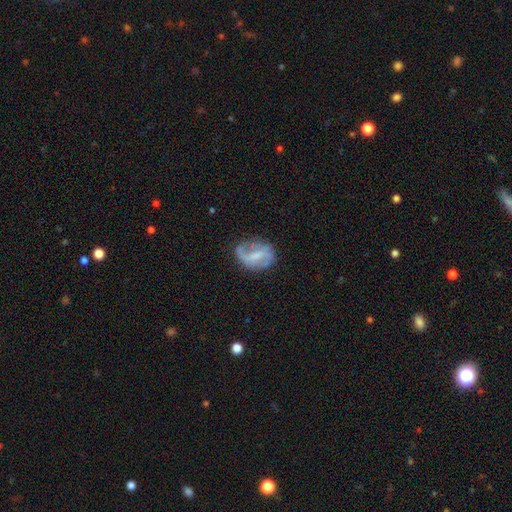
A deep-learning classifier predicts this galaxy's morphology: The model was most divided on "bulge size": small: 37%, none: 35%, moderate: 24%, large: 3%, dominant: 1%. Remaining: edge-on disk — no (97%); spiral arms — yes (79%); spiral arm count — 2 (67%); smooth or featured — featured or disk (66%); spiral winding — loose (57%); merging — none (55%); bar — weak (48%).